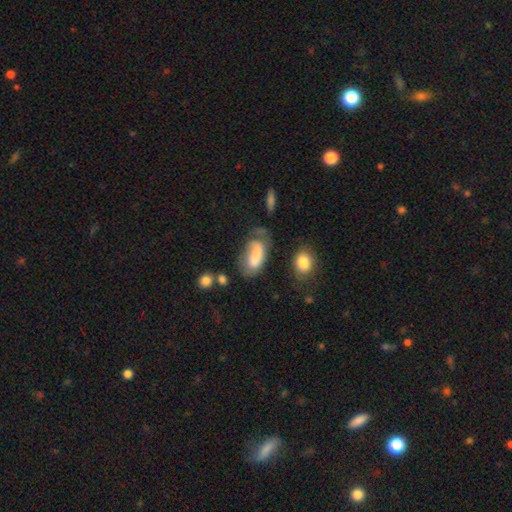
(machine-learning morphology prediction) Smooth or featured?
  - smooth: 66% *
  - featured or disk: 24%
  - star or artifact: 9%
How rounded?
  - in between: 88% *
  - cigar-shaped: 8%
  - round: 4%
Merging?
  - none: 40% *
  - minor disturbance: 29%
  - major disturbance: 24%
  - merger: 7%